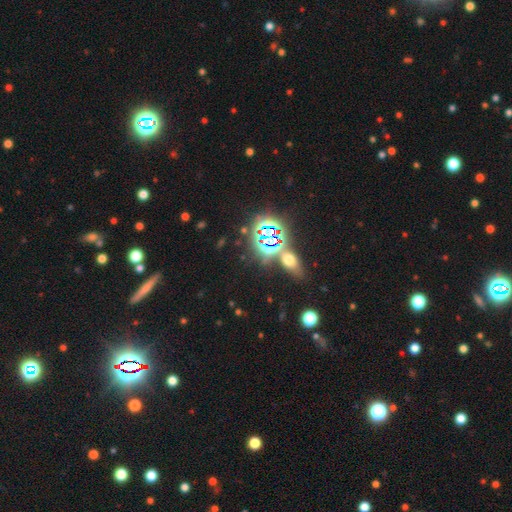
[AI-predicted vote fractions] smooth_or_featured: star or artifact (p=0.68) [alt: smooth p=0.21]